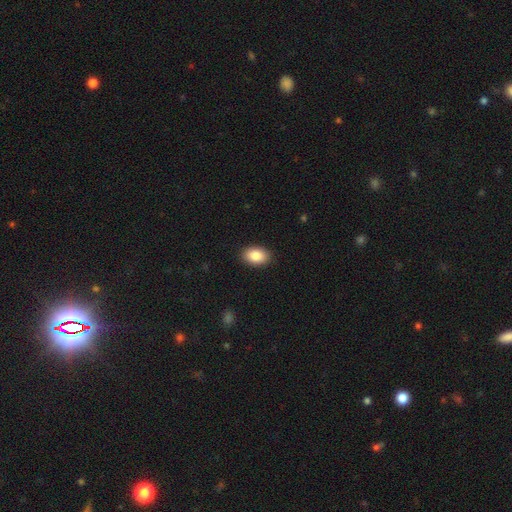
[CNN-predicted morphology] Smooth or featured?
  - smooth: 87% *
  - star or artifact: 7%
  - featured or disk: 6%
How rounded?
  - in between: 89% *
  - round: 10%
  - cigar-shaped: 1%
Merging?
  - none: 90% *
  - minor disturbance: 7%
  - major disturbance: 2%
  - merger: 1%